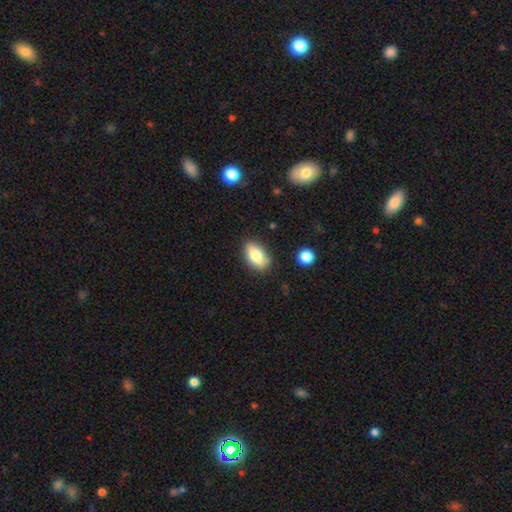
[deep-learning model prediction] Smooth or featured? smooth (76%)
How rounded? in between (88%)
Merging? none (77%)